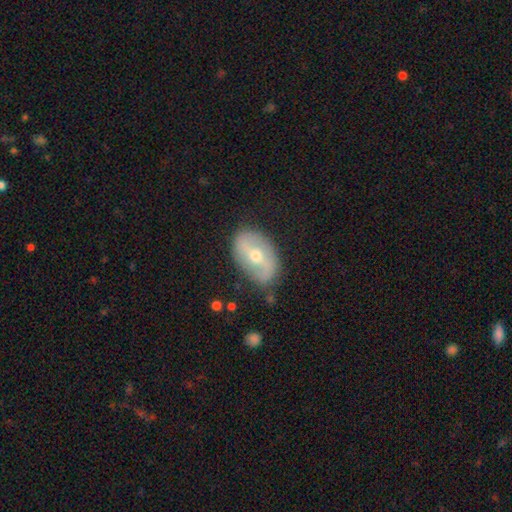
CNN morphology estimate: Smooth or featured: featured or disk — 62% (smooth — 31%)
Edge-on disk: no — 93% (yes — 7%)
Bar: weak — 37% (strong — 35%)
Spiral arms: yes — 57% (no — 43%)
Bulge size: moderate — 59% (small — 37%)
Merging: none — 77% (minor disturbance — 16%)